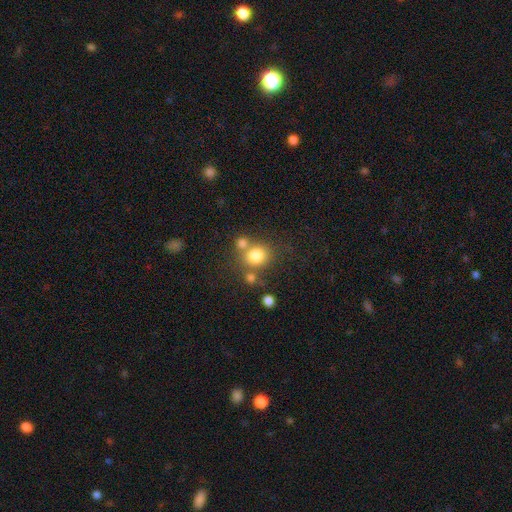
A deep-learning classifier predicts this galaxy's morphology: Smooth or featured? Predicted: smooth (p=0.78). How rounded? Predicted: round (p=0.82). Merging? Predicted: none (p=0.59).